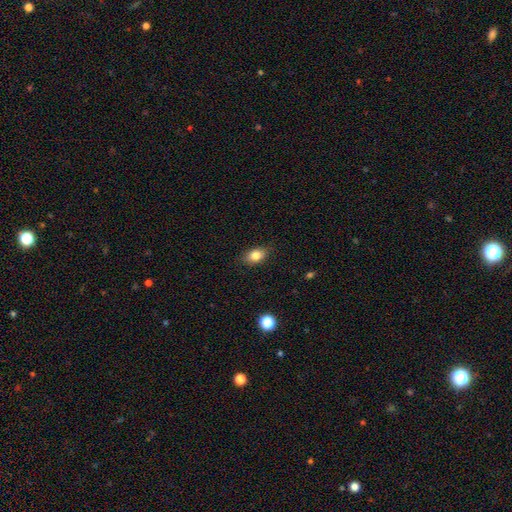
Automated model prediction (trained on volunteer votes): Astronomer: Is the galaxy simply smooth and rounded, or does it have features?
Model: smooth — 81%.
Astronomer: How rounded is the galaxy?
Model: in between — 81%.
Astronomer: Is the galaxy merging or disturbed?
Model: none — 85%.